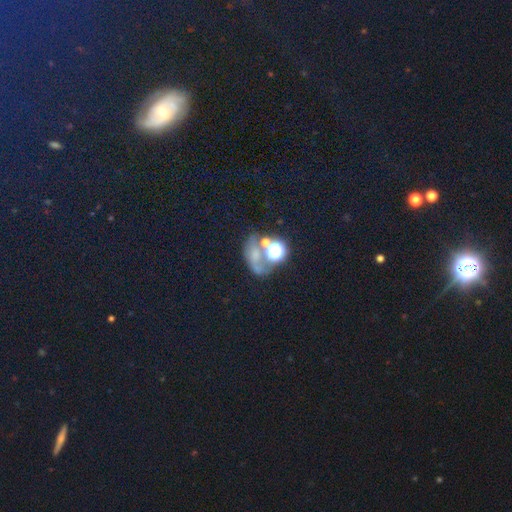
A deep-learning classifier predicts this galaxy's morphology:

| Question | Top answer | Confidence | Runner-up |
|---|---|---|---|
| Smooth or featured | star or artifact | 43% | smooth (37%) |